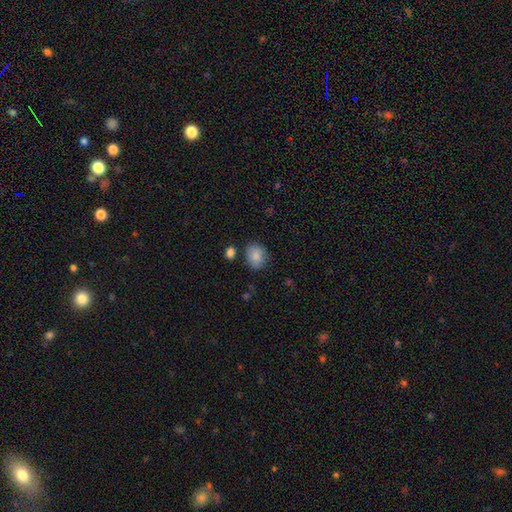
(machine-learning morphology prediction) smooth-or-featured: smooth: 85% | star or artifact: 8% | featured or disk: 7%
  how-rounded: round: 54% | in between: 45% | cigar-shaped: 1%
  merging: none: 71% | minor disturbance: 19% | merger: 5% | major disturbance: 5%